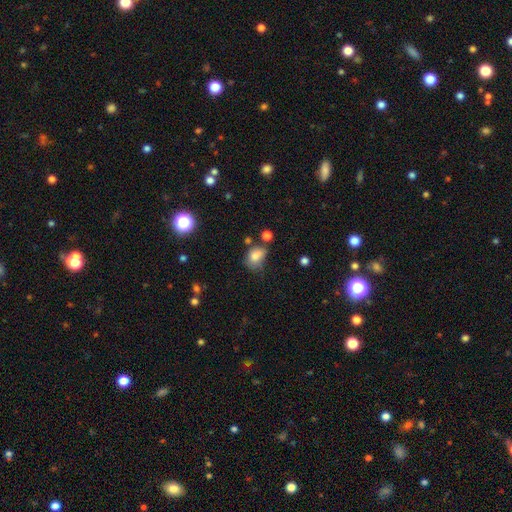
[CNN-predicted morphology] smooth_or_featured: smooth (p=0.79) [alt: star or artifact p=0.11]
how_rounded: in between (p=0.69) [alt: round p=0.30]
merging: none (p=0.38) [alt: minor disturbance p=0.35]